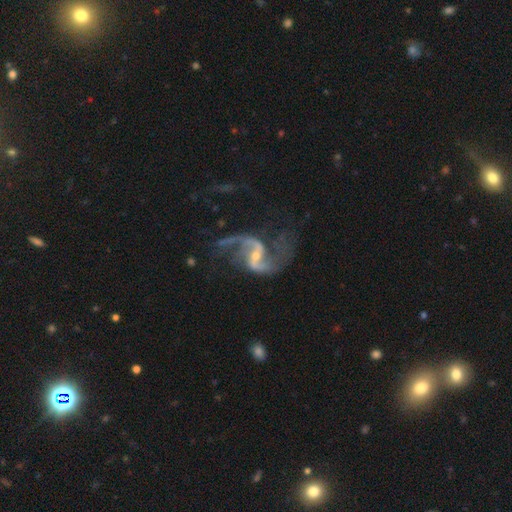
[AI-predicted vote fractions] Smooth or featured? Predicted: featured or disk (p=0.92). Edge-on disk? Predicted: no (p=0.98). Bar? Predicted: weak (p=0.45). Spiral arms? Predicted: yes (p=0.98). Spiral winding? Predicted: loose (p=0.74). Spiral arm count? Predicted: 2 (p=0.93). Bulge size? Predicted: small (p=0.64). Merging? Predicted: none (p=0.62).